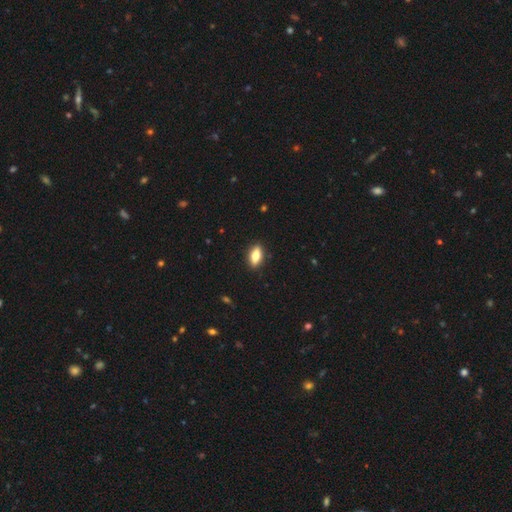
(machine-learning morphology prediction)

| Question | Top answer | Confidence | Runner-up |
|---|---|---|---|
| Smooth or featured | smooth | 79% | featured or disk (14%) |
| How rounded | in between | 81% | cigar-shaped (15%) |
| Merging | none | 88% | minor disturbance (9%) |